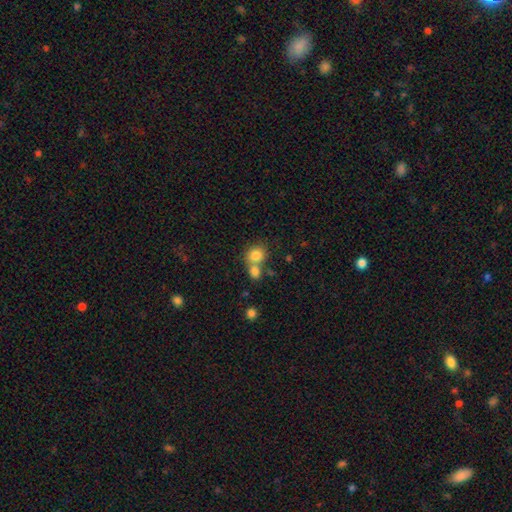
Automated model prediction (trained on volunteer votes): smooth_or_featured: smooth (p=0.81) [alt: star or artifact p=0.10]
how_rounded: round (p=0.77) [alt: in between p=0.22]
merging: merger (p=0.46) [alt: none p=0.43]